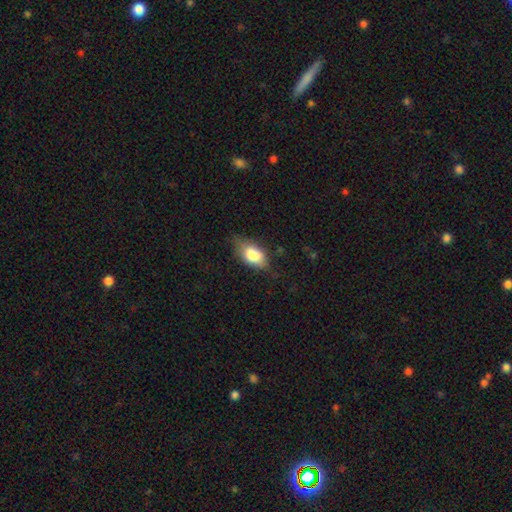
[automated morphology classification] A smooth galaxy with no disk features (77%) that is in between round and cigar-shaped (88%).

Vote fractions:
- Smooth or featured? smooth: 77% / featured or disk: 15% / star or artifact: 8%
- How rounded? in between: 88% / round: 7% / cigar-shaped: 5%
- Merging? none: 52% / minor disturbance: 35% / major disturbance: 10% / merger: 2%